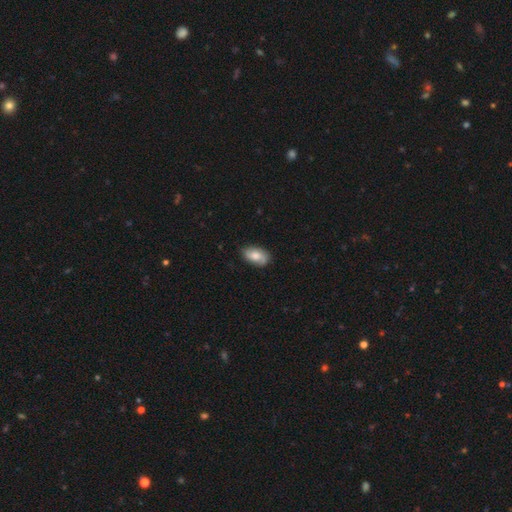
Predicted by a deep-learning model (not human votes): Q: Smooth or featured?
A: smooth (72%); runner-up: featured or disk (21%)
Q: How rounded?
A: in between (93%); runner-up: round (5%)
Q: Merging?
A: none (78%); runner-up: minor disturbance (18%)